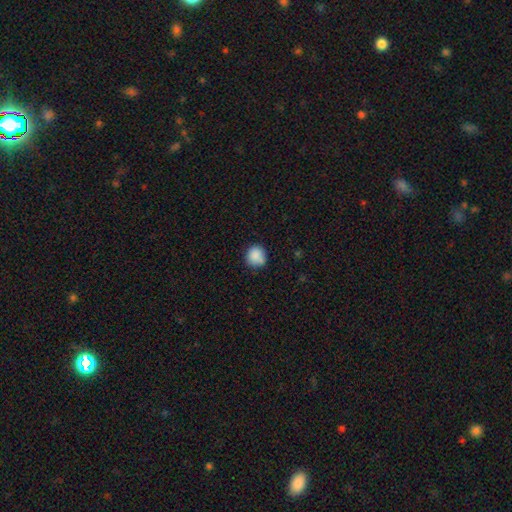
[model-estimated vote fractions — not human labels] Overall: smooth (87%). How rounded: round (87%). Merging: none (74%).